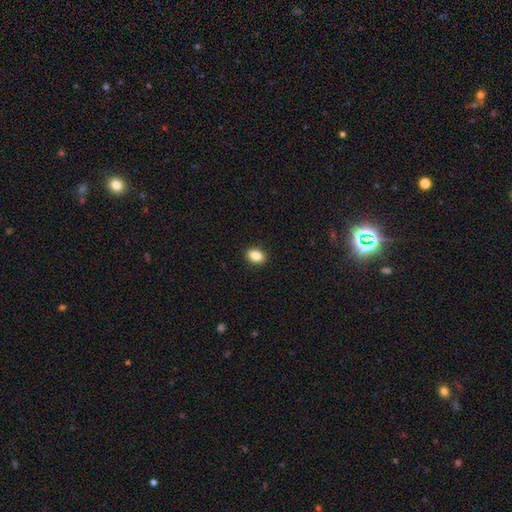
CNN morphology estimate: The model was most divided on "how rounded": in between: 77%, round: 21%, cigar-shaped: 2%. More confident: merging — none (91%); smooth or featured — smooth (86%).